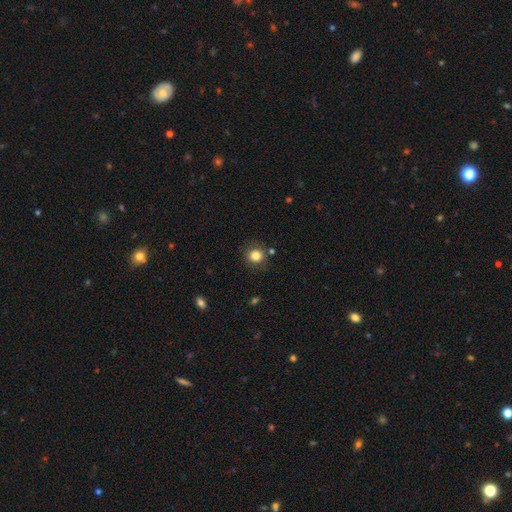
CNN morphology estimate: smooth_or_featured: smooth (p=0.82) [alt: star or artifact p=0.12]
how_rounded: round (p=0.89) [alt: in between p=0.10]
merging: none (p=0.84) [alt: minor disturbance p=0.10]